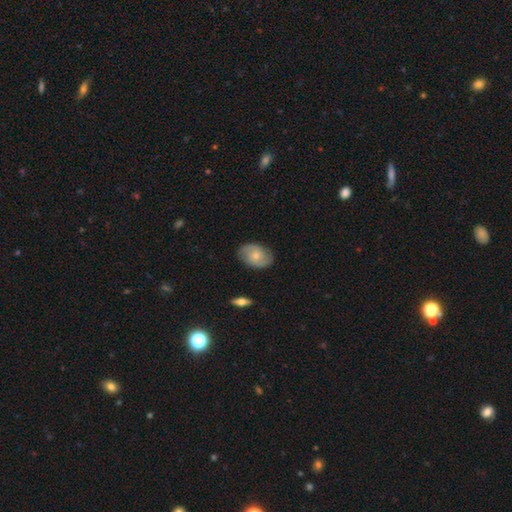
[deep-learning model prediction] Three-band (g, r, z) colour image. It shows a featured or disk galaxy (49%). Merging: none (83%).